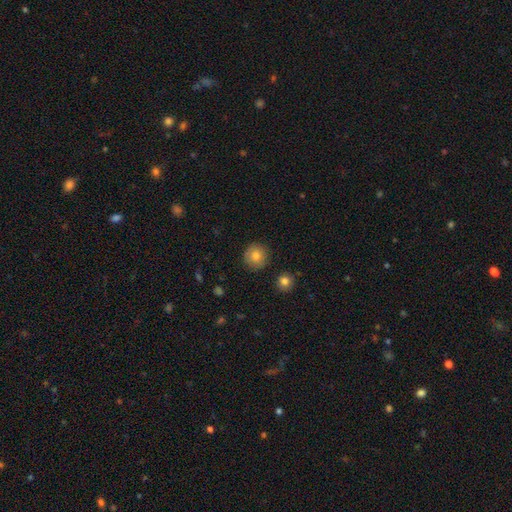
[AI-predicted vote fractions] Overall: smooth (82%). How rounded: round (94%). Merging: none (89%).